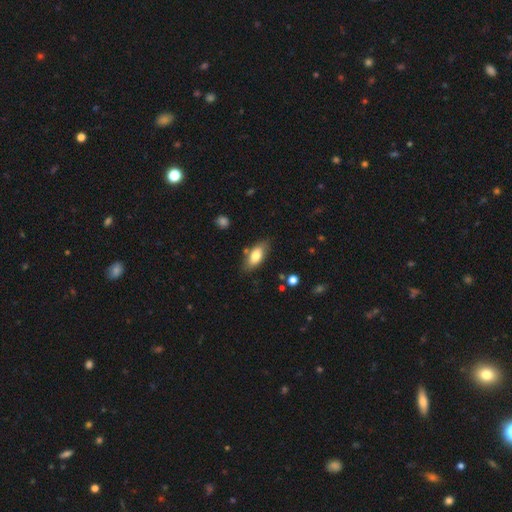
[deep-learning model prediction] A smooth galaxy with no disk features (76%) that is in between round and cigar-shaped (85%).

Vote fractions:
- Smooth or featured? smooth: 76% / featured or disk: 17% / star or artifact: 7%
- How rounded? in between: 85% / cigar-shaped: 12% / round: 3%
- Merging? none: 79% / minor disturbance: 14% / merger: 4% / major disturbance: 3%